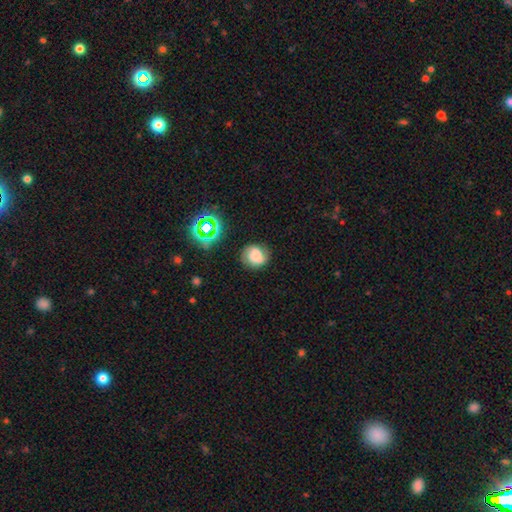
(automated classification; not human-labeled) Smooth or featured?
  - smooth: 47% *
  - featured or disk: 38%
  - star or artifact: 14%
Merging?
  - none: 70% *
  - minor disturbance: 20%
  - major disturbance: 8%
  - merger: 2%